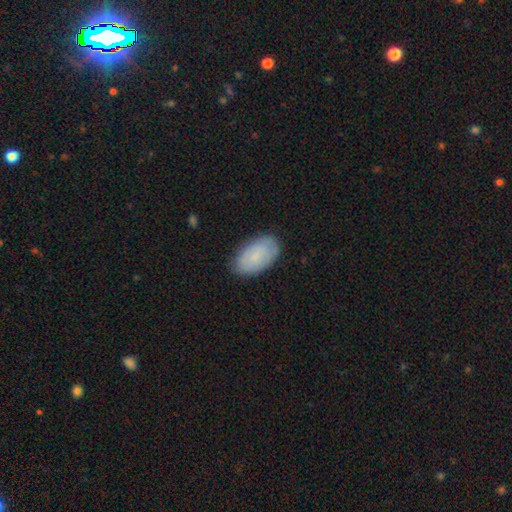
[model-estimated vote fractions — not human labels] smooth-or-featured: smooth: 77% | featured or disk: 16% | star or artifact: 7%
  how-rounded: in between: 95% | round: 4% | cigar-shaped: 2%
  merging: none: 84% | minor disturbance: 13% | major disturbance: 3% | merger: 1%